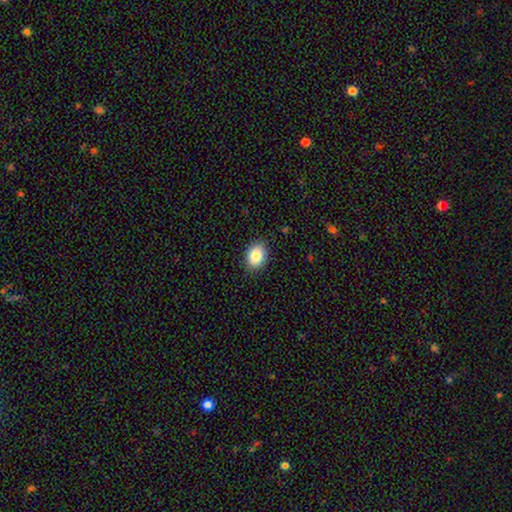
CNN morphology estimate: Q: Smooth or featured?
A: smooth (85%); runner-up: star or artifact (8%)
Q: How rounded?
A: in between (73%); runner-up: round (26%)
Q: Merging?
A: none (87%); runner-up: minor disturbance (10%)